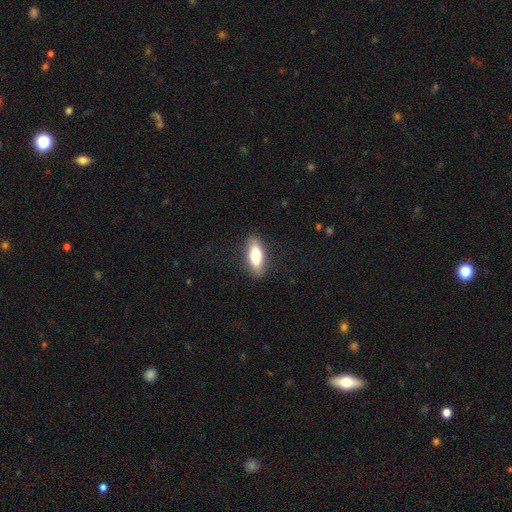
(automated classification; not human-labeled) smooth 76%, featured or disk 18%, star or artifact 6%. Down the decision tree: how rounded — in between (69%); merging — none (86%).